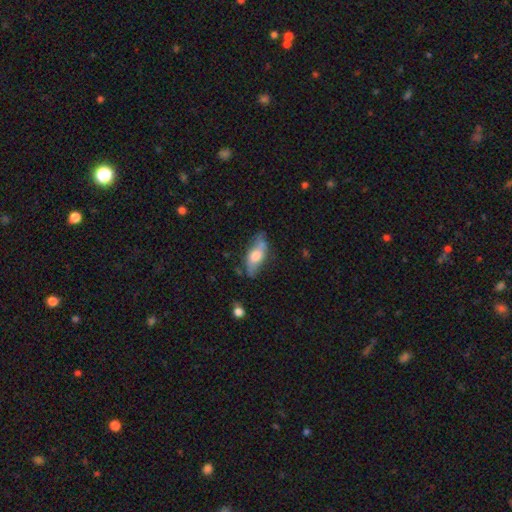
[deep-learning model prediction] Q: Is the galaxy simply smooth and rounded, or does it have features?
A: smooth — 49%.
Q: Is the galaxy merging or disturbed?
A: none — 66%.